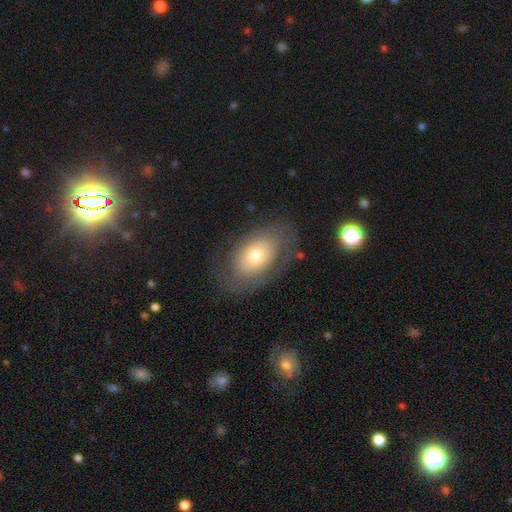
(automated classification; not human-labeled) Overall: smooth (48%; featured or disk 43%). Merging: none (69%).